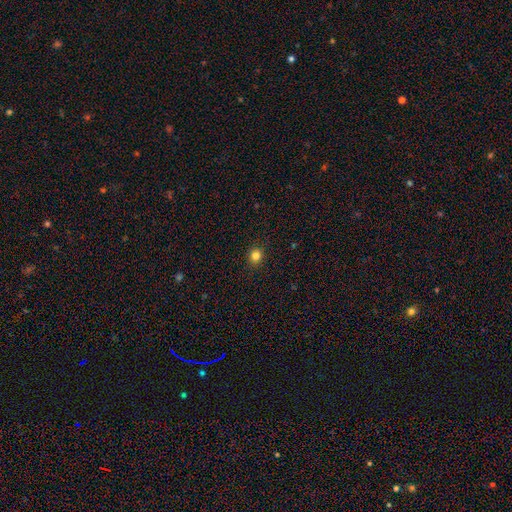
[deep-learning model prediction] smooth 83%, star or artifact 13%, featured or disk 4%. Down the decision tree: how rounded — round (80%); merging — none (91%).